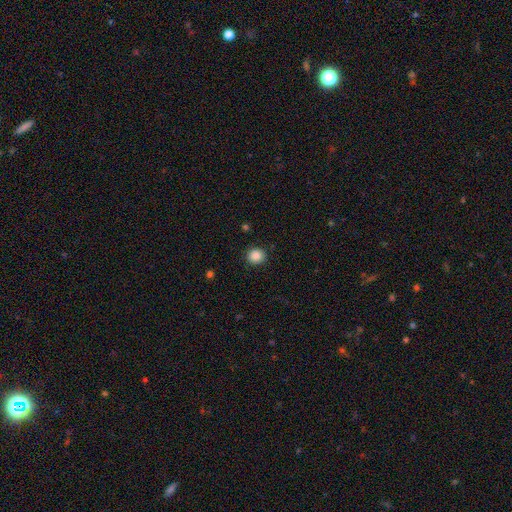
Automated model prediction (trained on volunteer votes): A smooth galaxy with no disk features (87%) that is round (86%).

Vote fractions:
- Smooth or featured? smooth: 87% / star or artifact: 10% / featured or disk: 3%
- How rounded? round: 86% / in between: 13% / cigar-shaped: 1%
- Merging? none: 90% / minor disturbance: 7% / major disturbance: 2% / merger: 1%